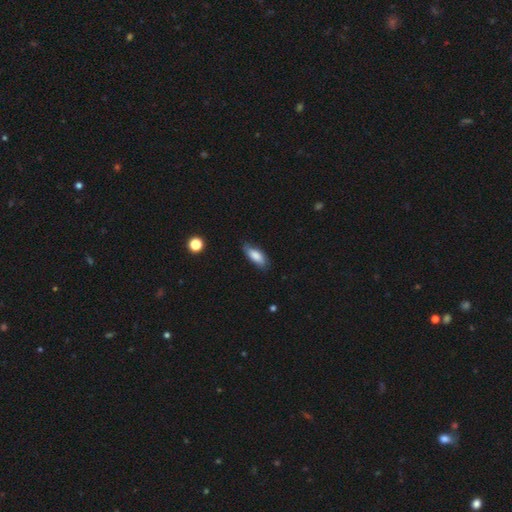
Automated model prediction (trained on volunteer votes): The model was most divided on "merging": none: 72%, minor disturbance: 23%, major disturbance: 4%, merger: 1%. More confident: smooth or featured — smooth (80%); how rounded — in between (76%).